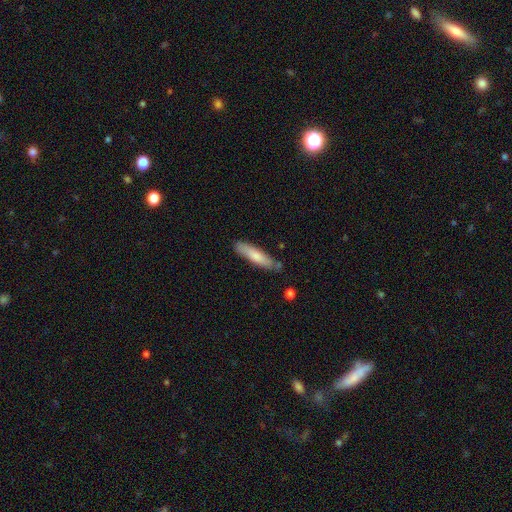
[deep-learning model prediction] smooth_or_featured: smooth (p=0.74) [alt: featured or disk p=0.21]
how_rounded: cigar-shaped (p=0.77) [alt: in between p=0.21]
merging: none (p=0.77) [alt: minor disturbance p=0.16]